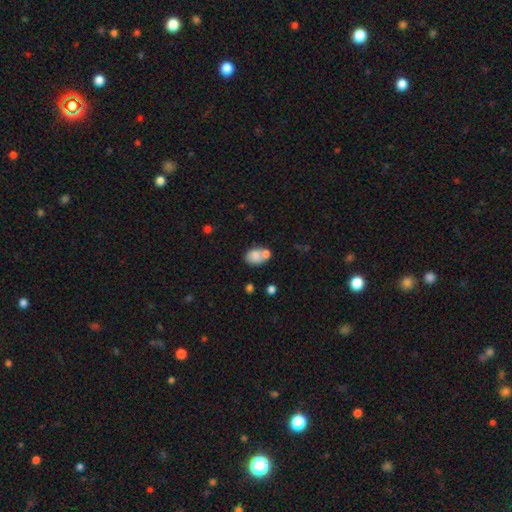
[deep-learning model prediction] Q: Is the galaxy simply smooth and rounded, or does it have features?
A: smooth — 74%.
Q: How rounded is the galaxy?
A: in between — 72%.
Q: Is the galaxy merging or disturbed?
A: none — 40%.